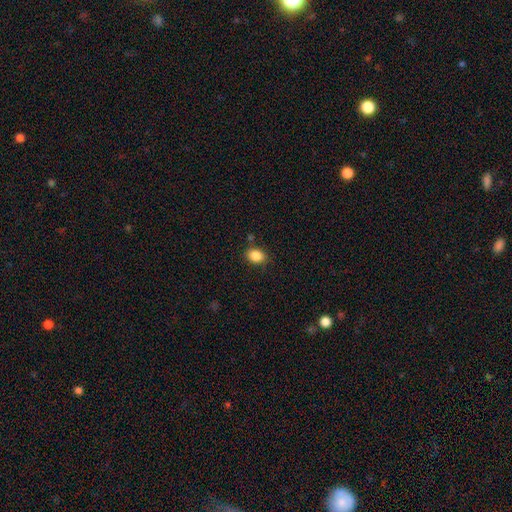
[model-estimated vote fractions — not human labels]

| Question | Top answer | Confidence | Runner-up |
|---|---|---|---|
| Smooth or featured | smooth | 87% | star or artifact (9%) |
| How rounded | in between | 61% | round (38%) |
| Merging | none | 82% | minor disturbance (11%) |